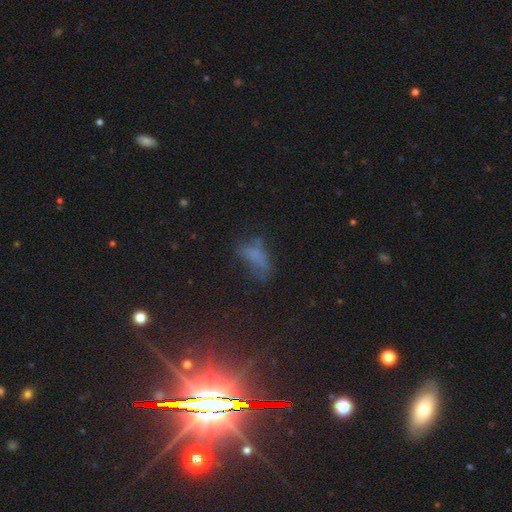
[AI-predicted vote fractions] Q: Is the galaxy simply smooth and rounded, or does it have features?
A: smooth — 49%.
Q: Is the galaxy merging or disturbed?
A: major disturbance — 35%.